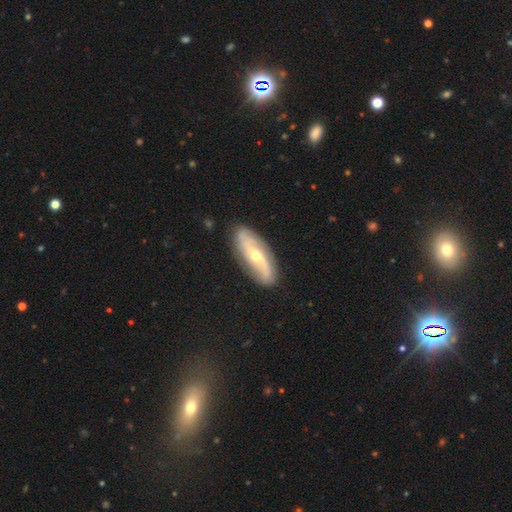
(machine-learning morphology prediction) Overall: featured or disk (76%). Edge-on disk: no (87%). Bar: no (50%; weak 32%). Spiral arms: yes (90%). Spiral arm count: 2 (89%). Spiral winding: loose (63%; medium 24%). Bulge size: moderate (49%; small 47%). Merging: none (86%).